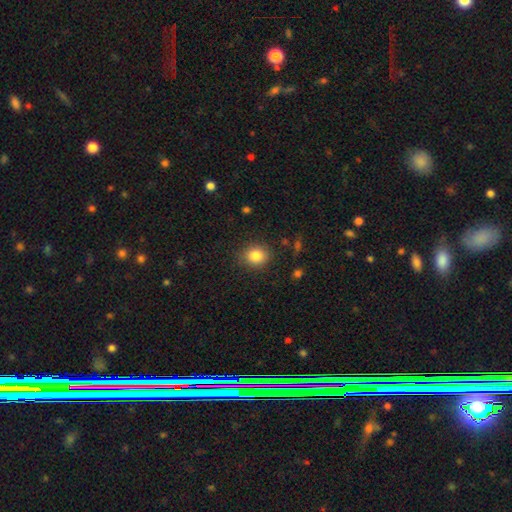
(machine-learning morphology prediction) This appears to be a smooth galaxy with no disk features (83%) that is round (76%). Merging: none (87%).